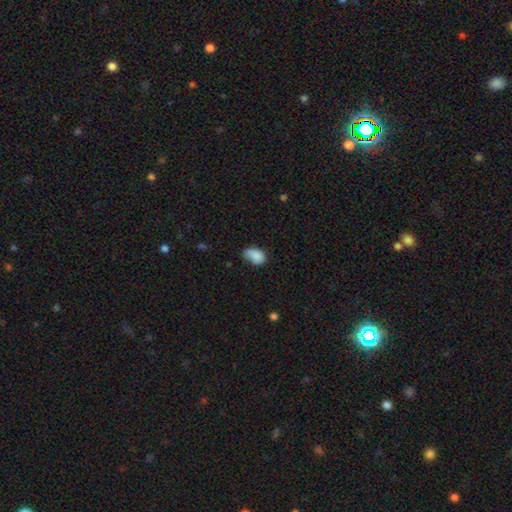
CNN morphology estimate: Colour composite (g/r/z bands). It shows a smooth galaxy with no disk features (85%) that is in between round and cigar-shaped (85%). Merging: none (44%).